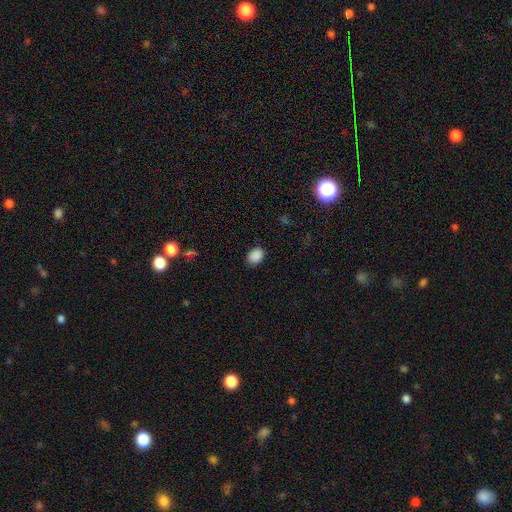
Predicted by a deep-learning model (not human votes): Smooth or featured?
  - smooth: 88% *
  - star or artifact: 9%
  - featured or disk: 3%
How rounded?
  - in between: 64% *
  - round: 35%
  - cigar-shaped: 1%
Merging?
  - none: 86% *
  - minor disturbance: 10%
  - major disturbance: 3%
  - merger: 1%